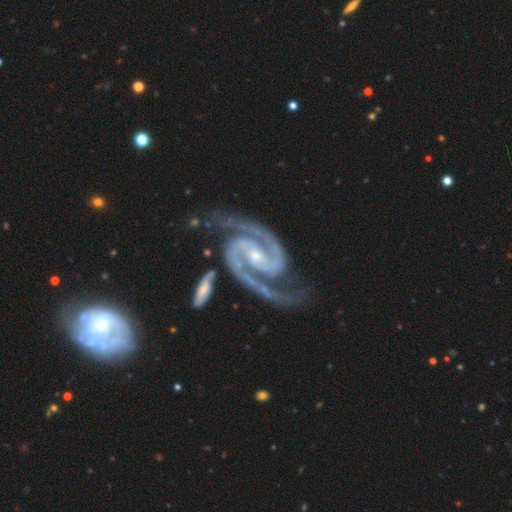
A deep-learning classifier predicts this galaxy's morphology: This appears to be a featured or disk galaxy (95%) with a weak bar (36%), 2 (94%) medium (54%) spiral arms (99%) and a small central bulge (69%). Merging: none (71%).